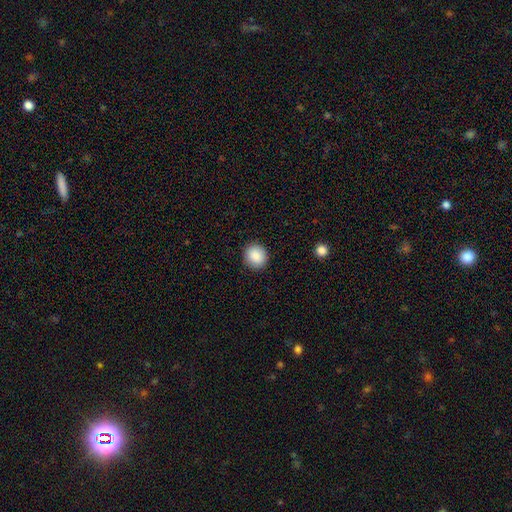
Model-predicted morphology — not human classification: smooth_or_featured: smooth (p=0.88) [alt: star or artifact p=0.08]
how_rounded: round (p=0.81) [alt: in between p=0.18]
merging: none (p=0.91) [alt: minor disturbance p=0.06]